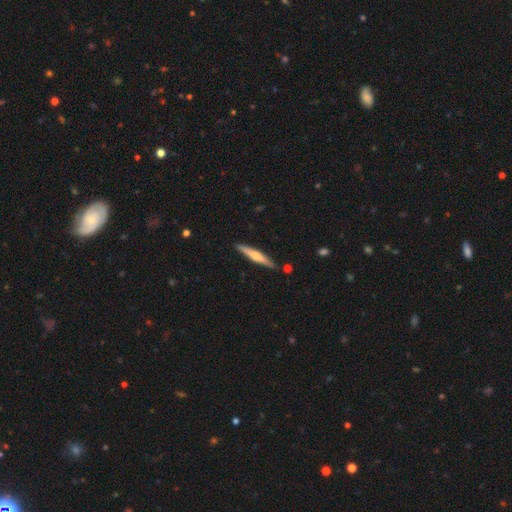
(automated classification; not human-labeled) A featured or disk galaxy (52%) viewed edge-on (97%). Merging: none (89%).